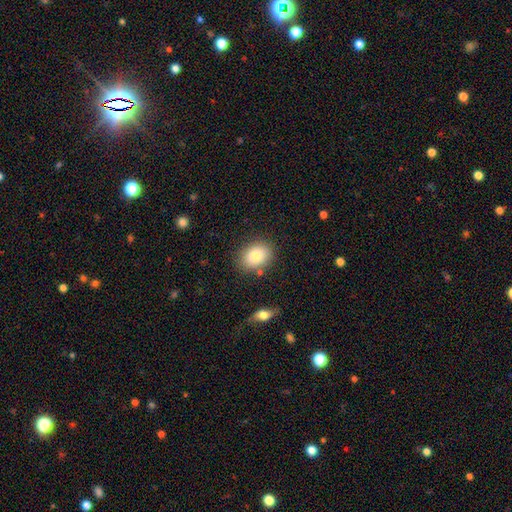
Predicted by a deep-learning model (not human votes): Overall: smooth (81%). How rounded: in between (61%; round 38%). Merging: none (81%).